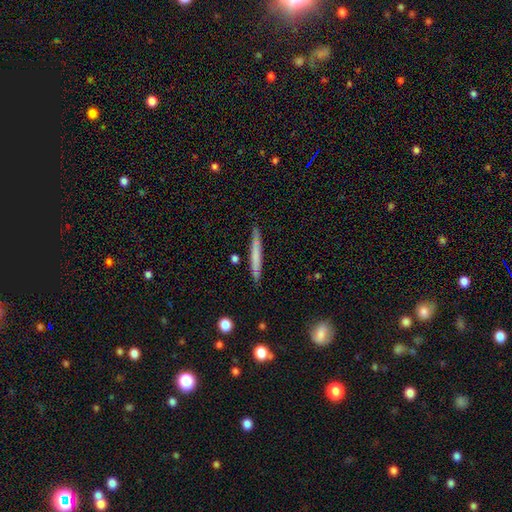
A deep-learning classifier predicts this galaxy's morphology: This appears to be a smooth galaxy with no disk features (61%) that is cigar-shaped (96%). Merging: none (85%).